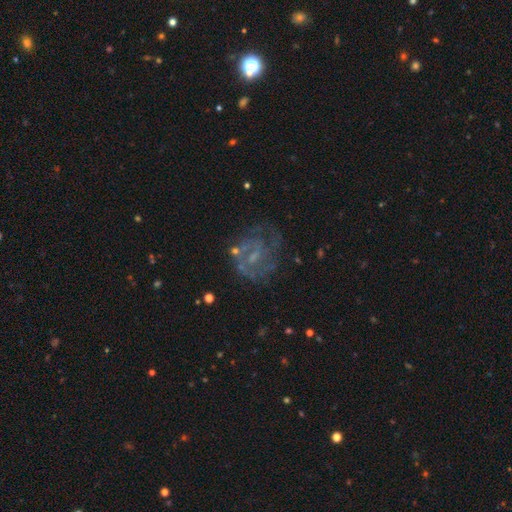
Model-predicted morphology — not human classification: smooth_or_featured: featured or disk (p=0.73) [alt: smooth p=0.14]
disk_edge_on: no (p=0.98) [alt: yes p=0.02]
bar: weak (p=0.46) [alt: no p=0.44]
has_spiral_arms: yes (p=0.79) [alt: no p=0.21]
spiral_winding: medium (p=0.44) [alt: tight p=0.37]
spiral_arm_count: 2 (p=0.42) [alt: can't tell p=0.32]
bulge_size: small (p=0.48) [alt: none p=0.29]
merging: none (p=0.59) [alt: minor disturbance p=0.18]